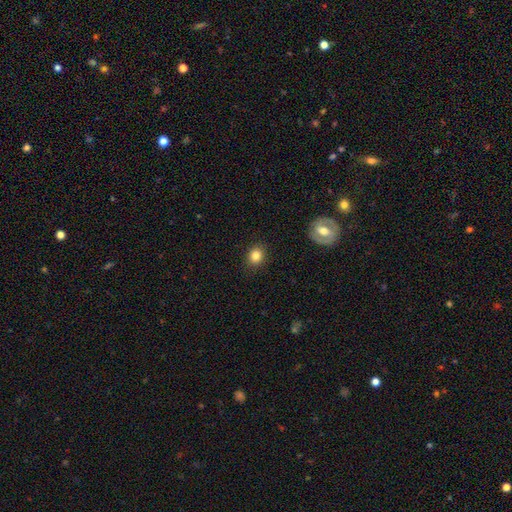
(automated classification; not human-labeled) This appears to be a smooth galaxy with no disk features (84%) that is round (63%). Merging: none (88%).